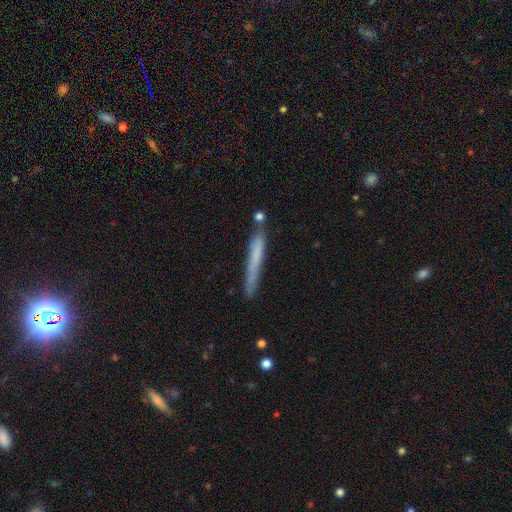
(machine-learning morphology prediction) Smooth or featured?
  - smooth: 61% *
  - featured or disk: 31%
  - star or artifact: 7%
How rounded?
  - cigar-shaped: 96% *
  - in between: 3%
  - round: 1%
Merging?
  - none: 68% *
  - minor disturbance: 19%
  - merger: 8%
  - major disturbance: 5%